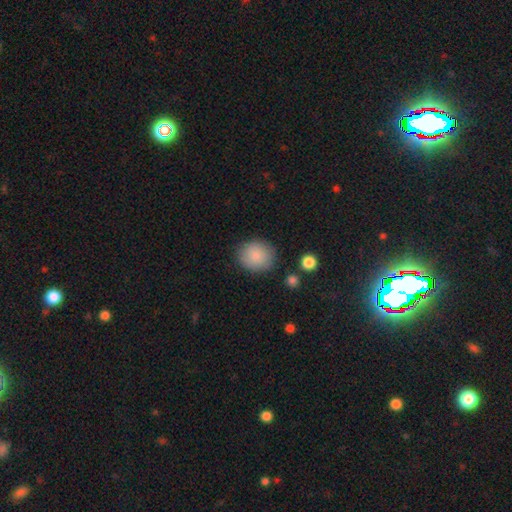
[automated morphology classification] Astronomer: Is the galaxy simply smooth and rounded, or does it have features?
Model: smooth — 86%.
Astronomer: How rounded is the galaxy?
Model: round — 73%.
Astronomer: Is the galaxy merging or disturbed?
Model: none — 82%.